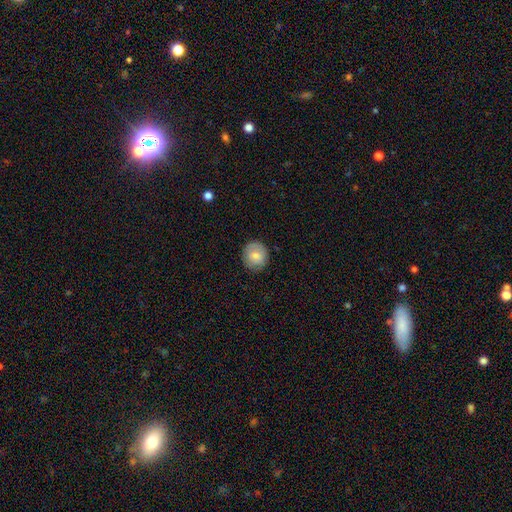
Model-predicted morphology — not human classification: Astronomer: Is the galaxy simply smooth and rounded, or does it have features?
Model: smooth — 75%.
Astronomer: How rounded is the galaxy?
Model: round — 88%.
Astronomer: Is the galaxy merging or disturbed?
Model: none — 85%.